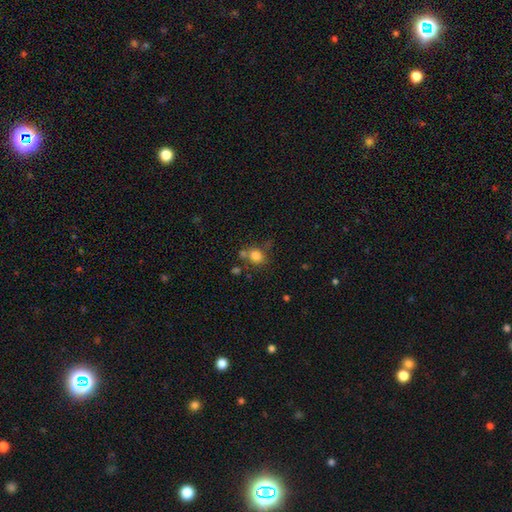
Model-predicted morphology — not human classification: This is likely a smooth galaxy (79%). How rounded: likely round (72%). Merging: likely none (62%).